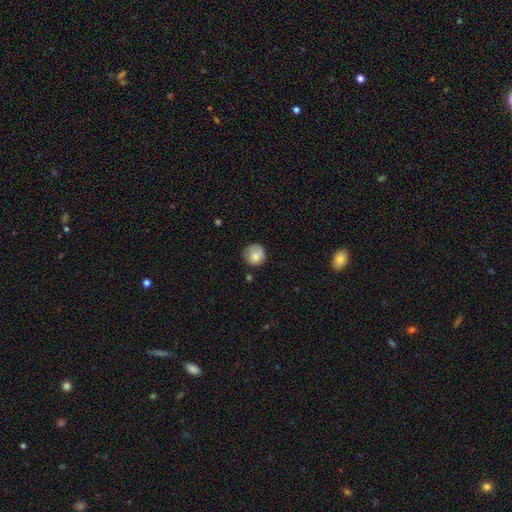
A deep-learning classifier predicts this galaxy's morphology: Smooth or featured? Predicted: smooth (p=0.77). How rounded? Predicted: round (p=0.90). Merging? Predicted: none (p=0.65).